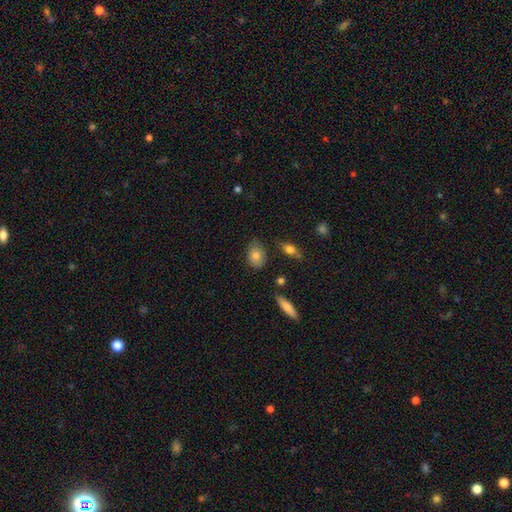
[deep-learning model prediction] Smooth or featured? smooth (79%)
How rounded? in between (75%)
Merging? none (74%)